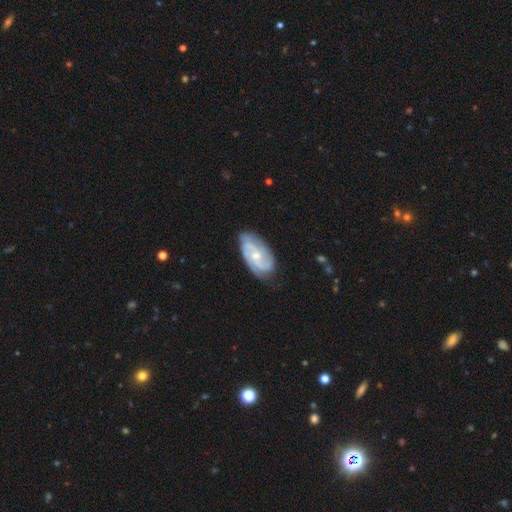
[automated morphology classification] smooth_or_featured: featured or disk (p=0.84) [alt: smooth p=0.11]
disk_edge_on: no (p=0.96) [alt: yes p=0.04]
bar: no (p=0.59) [alt: weak p=0.34]
has_spiral_arms: yes (p=0.96) [alt: no p=0.04]
spiral_winding: tight (p=0.47) [alt: medium p=0.42]
spiral_arm_count: 2 (p=0.44) [alt: 3 p=0.31]
bulge_size: moderate (p=0.48) [tied with: small p=0.48]
merging: none (p=0.75) [alt: minor disturbance p=0.19]